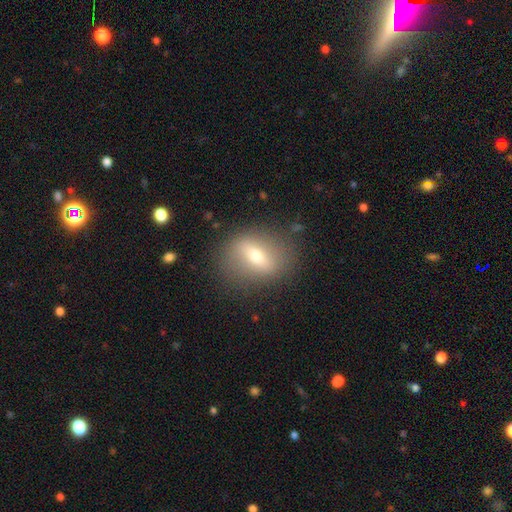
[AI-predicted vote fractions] smooth_or_featured: smooth (p=0.50) [alt: featured or disk p=0.40]
merging: none (p=0.81) [alt: minor disturbance p=0.12]